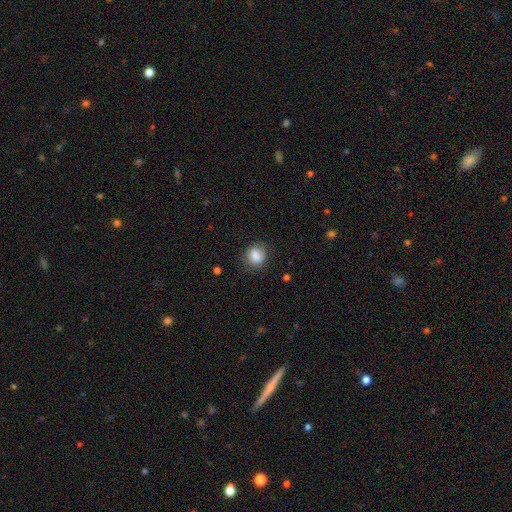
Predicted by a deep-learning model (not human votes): A smooth galaxy with no disk features (82%) that is round (66%).

Vote fractions:
- Smooth or featured? smooth: 82% / featured or disk: 10% / star or artifact: 9%
- How rounded? round: 66% / in between: 33% / cigar-shaped: 1%
- Merging? none: 76% / minor disturbance: 17% / major disturbance: 5% / merger: 1%